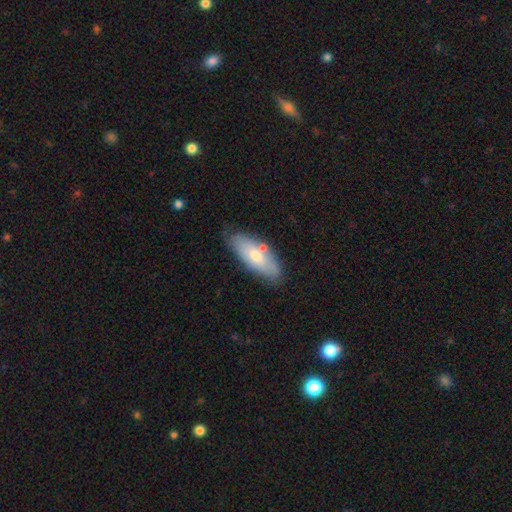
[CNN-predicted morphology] Smooth or featured? Predicted: smooth (p=0.62). How rounded? Predicted: in between (p=0.77). Merging? Predicted: none (p=0.71).